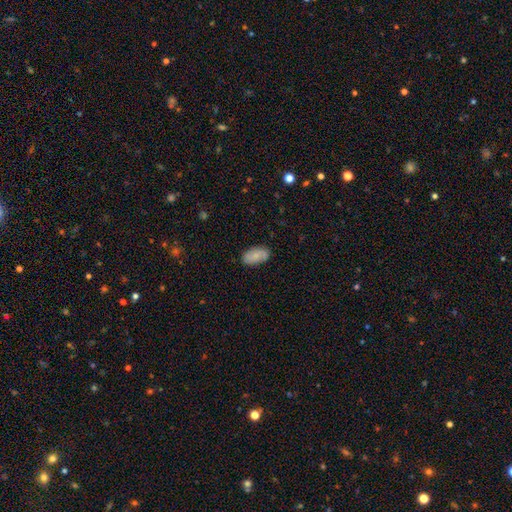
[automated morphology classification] Smooth or featured? smooth (72%)
How rounded? in between (94%)
Merging? none (82%)